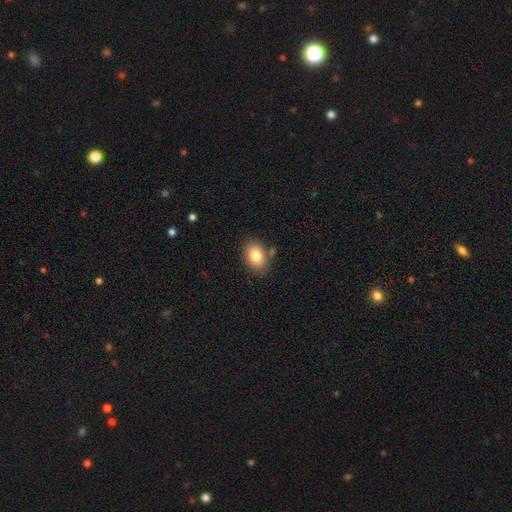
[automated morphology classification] Overall: smooth (81%). How rounded: in between (77%). Merging: none (78%).